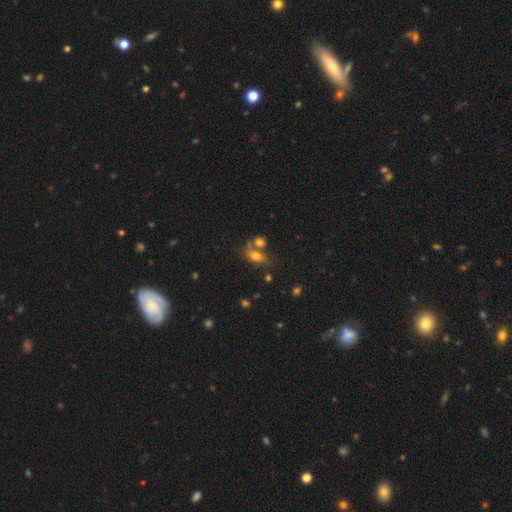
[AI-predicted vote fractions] A smooth galaxy with no disk features (67%) that is in between round and cigar-shaped (77%).

Vote fractions:
- Smooth or featured? smooth: 67% / featured or disk: 20% / star or artifact: 13%
- How rounded? in between: 77% / round: 14% / cigar-shaped: 9%
- Merging? merger: 39% (tied) / none: 39% (tied) / minor disturbance: 13% / major disturbance: 9%